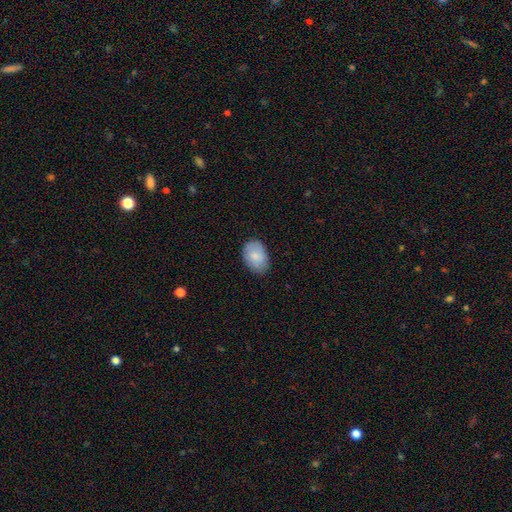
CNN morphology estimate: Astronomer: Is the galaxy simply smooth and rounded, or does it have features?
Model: smooth — 80%.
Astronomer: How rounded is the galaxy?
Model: in between — 85%.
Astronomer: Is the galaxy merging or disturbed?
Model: none — 77%.